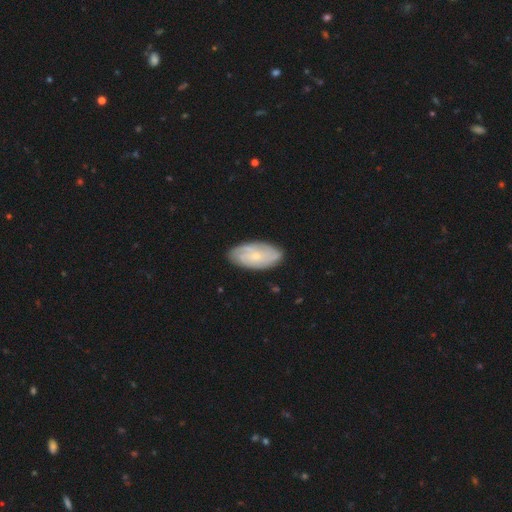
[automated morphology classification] featured or disk 62%, smooth 32%, star or artifact 6%. Down the decision tree: edge-on disk — no (93%); bar — no (75%); spiral arms — yes (85%); bulge size — small (76%); merging — none (82%).